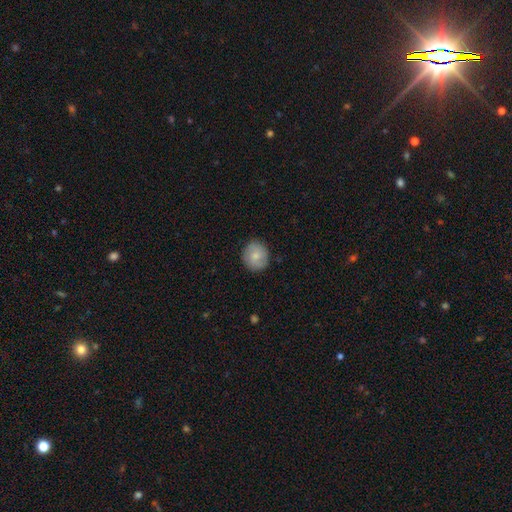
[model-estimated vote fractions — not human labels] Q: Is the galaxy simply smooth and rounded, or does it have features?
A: smooth — 73%.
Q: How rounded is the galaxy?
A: round — 84%.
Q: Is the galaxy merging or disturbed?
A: none — 86%.